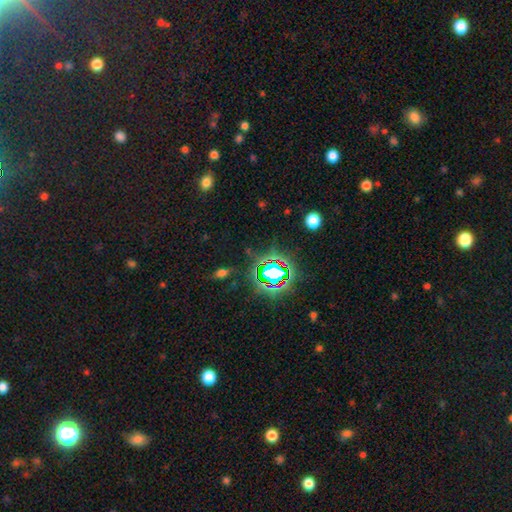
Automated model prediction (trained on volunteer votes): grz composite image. It shows a star or artifact, not a galaxy (79%).